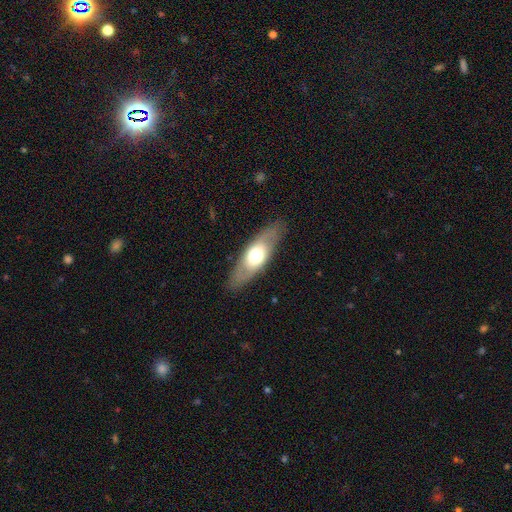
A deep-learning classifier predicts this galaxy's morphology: This appears to be a smooth galaxy with no disk features (50%). Merging: none (85%).